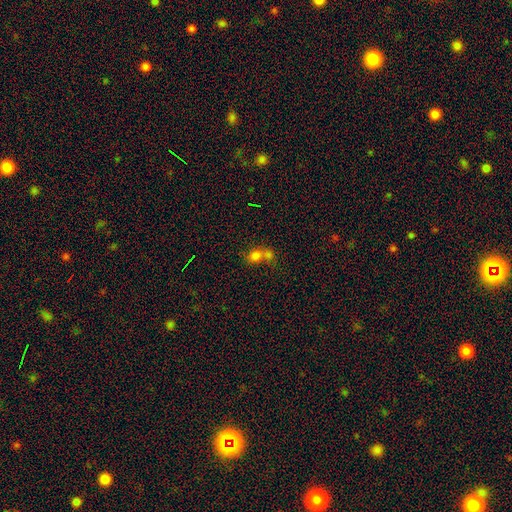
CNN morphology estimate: Smooth or featured?
  - smooth: 73% *
  - star or artifact: 14%
  - featured or disk: 13%
How rounded?
  - round: 54% *
  - in between: 44%
  - cigar-shaped: 2%
Merging?
  - merger: 65% *
  - none: 23%
  - minor disturbance: 7%
  - major disturbance: 5%